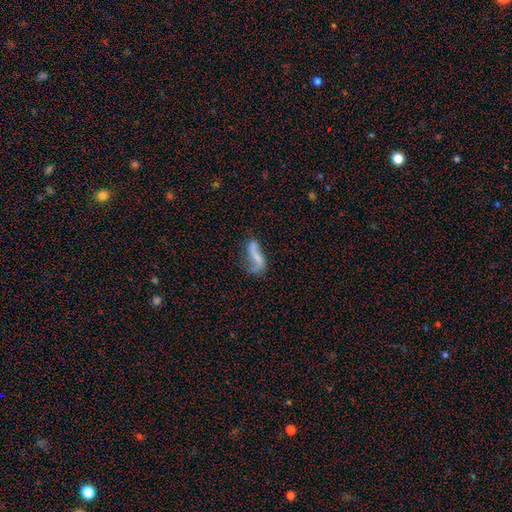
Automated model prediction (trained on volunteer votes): Q: Smooth or featured?
A: featured or disk (59%); runner-up: smooth (32%)
Q: Edge-on disk?
A: no (92%); runner-up: yes (8%)
Q: Bar?
A: no (42%); runner-up: strong (30%)
Q: Spiral arms?
A: yes (76%); runner-up: no (24%)
Q: Bulge size?
A: none (54%); runner-up: small (30%)
Q: Merging?
A: none (45%); runner-up: minor disturbance (23%)